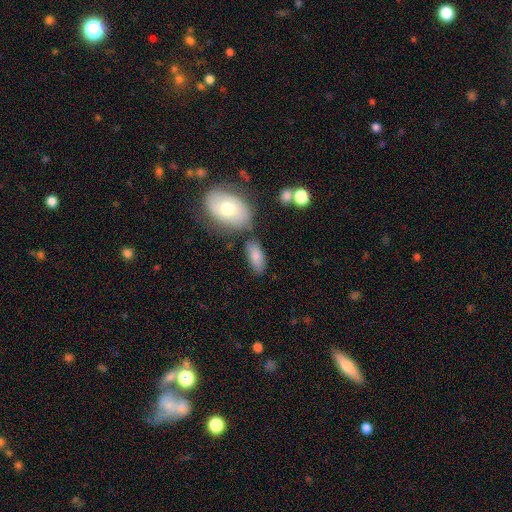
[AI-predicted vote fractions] Smooth or featured?
  - smooth: 81% *
  - featured or disk: 11%
  - star or artifact: 8%
How rounded?
  - in between: 89% *
  - cigar-shaped: 8%
  - round: 3%
Merging?
  - none: 65% *
  - minor disturbance: 17%
  - merger: 13%
  - major disturbance: 6%